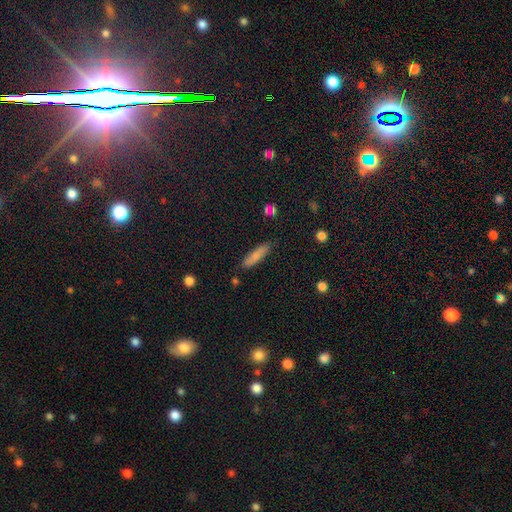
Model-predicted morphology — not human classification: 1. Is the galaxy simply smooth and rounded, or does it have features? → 82% smooth, 11% featured or disk, 7% star or artifact.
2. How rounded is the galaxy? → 72% cigar-shaped, 26% in between, 2% round.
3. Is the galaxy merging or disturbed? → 84% none, 11% minor disturbance, 2% major disturbance, 2% merger.